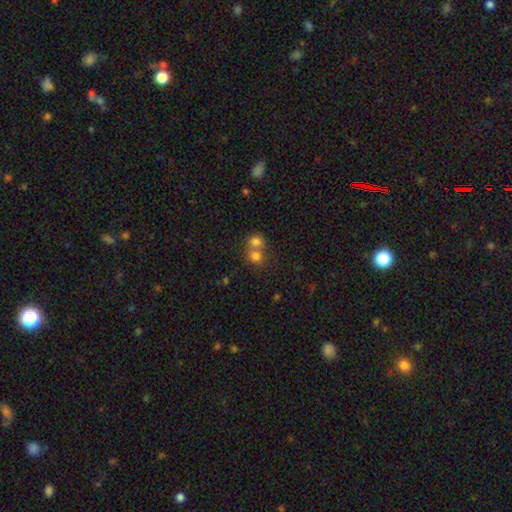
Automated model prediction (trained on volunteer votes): Smooth or featured? Predicted: smooth (p=0.76). How rounded? Predicted: round (p=0.76). Merging? Predicted: merger (p=0.59).